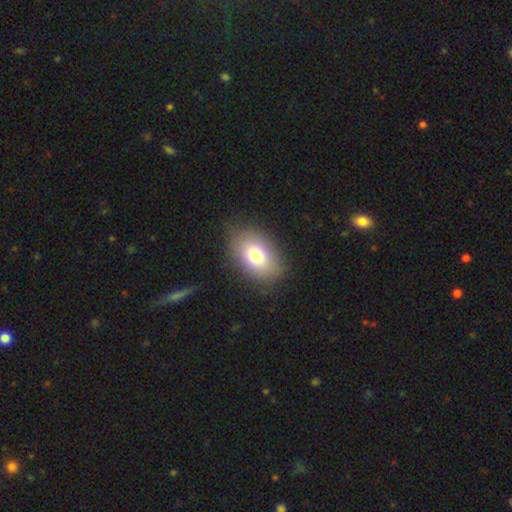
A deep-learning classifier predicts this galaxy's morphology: Q: Smooth or featured?
A: smooth (76%); runner-up: featured or disk (14%)
Q: How rounded?
A: in between (82%); runner-up: round (16%)
Q: Merging?
A: none (81%); runner-up: minor disturbance (14%)